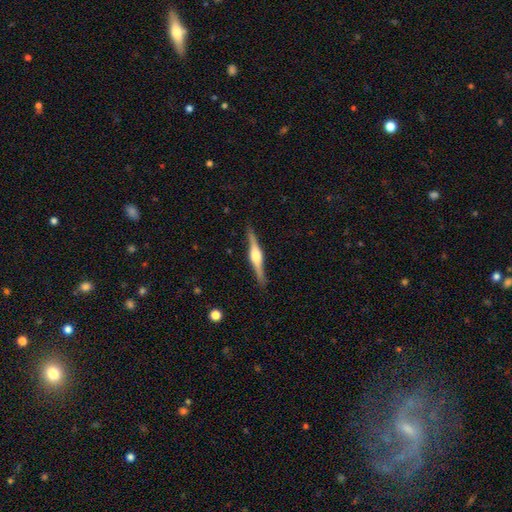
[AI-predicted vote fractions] This is clearly a featured or disk galaxy (80%). It is clearly viewed edge-on (98%). Edge-on bulge: clearly rounded (90%). Merging: clearly none (90%).